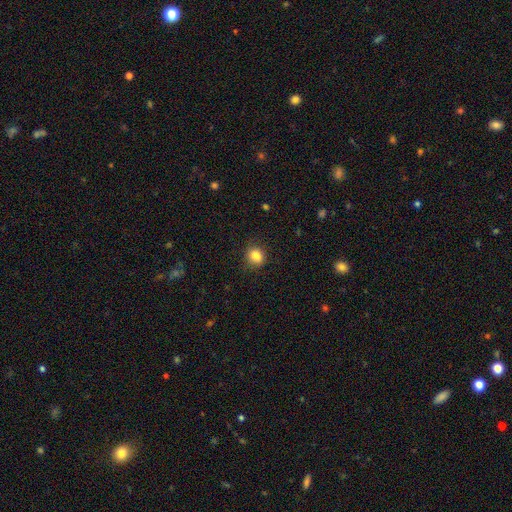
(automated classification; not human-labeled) Smooth or featured?
  - smooth: 84% *
  - star or artifact: 10%
  - featured or disk: 6%
How rounded?
  - round: 60% *
  - in between: 39%
  - cigar-shaped: 1%
Merging?
  - none: 80% *
  - minor disturbance: 15%
  - major disturbance: 4%
  - merger: 1%